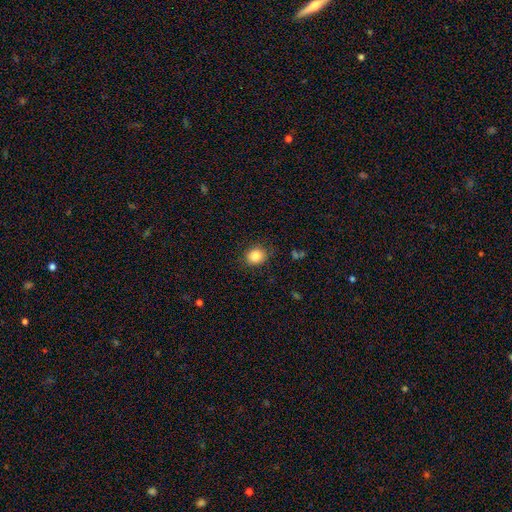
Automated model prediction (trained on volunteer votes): smooth_or_featured: smooth (p=0.83) [alt: star or artifact p=0.11]
how_rounded: round (p=0.77) [alt: in between p=0.22]
merging: none (p=0.86) [alt: minor disturbance p=0.10]